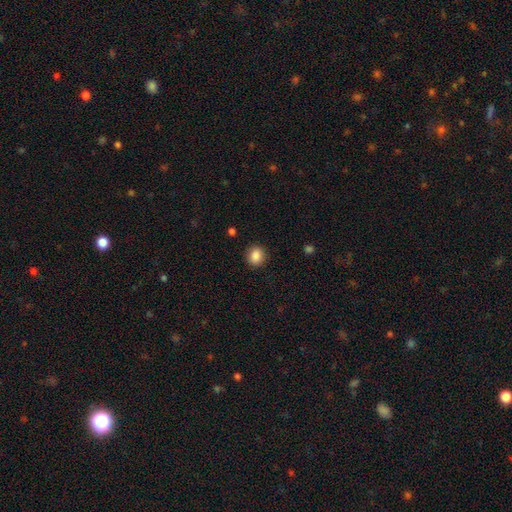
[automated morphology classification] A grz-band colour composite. It shows a smooth galaxy with no disk features (87%) that is round (73%). Merging: none (90%).